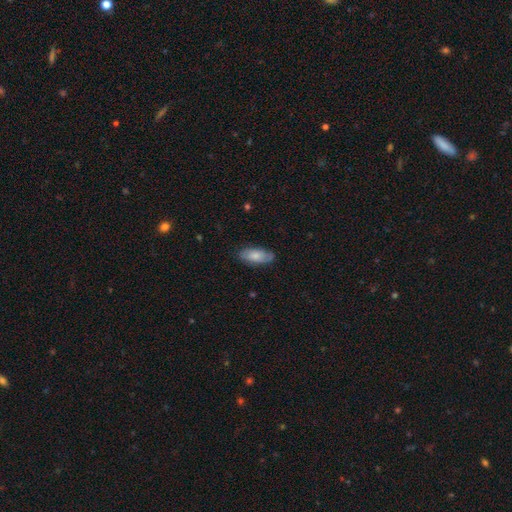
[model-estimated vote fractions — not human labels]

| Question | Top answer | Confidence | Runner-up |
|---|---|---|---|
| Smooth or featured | smooth | 71% | featured or disk (23%) |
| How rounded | in between | 87% | cigar-shaped (11%) |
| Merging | none | 77% | minor disturbance (18%) |